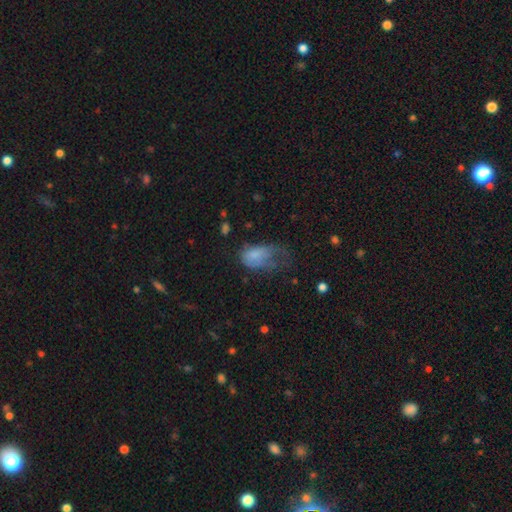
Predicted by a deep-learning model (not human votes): Smooth or featured? Predicted: smooth (p=0.69). How rounded? Predicted: in between (p=0.87). Merging? Predicted: major disturbance (p=0.59).